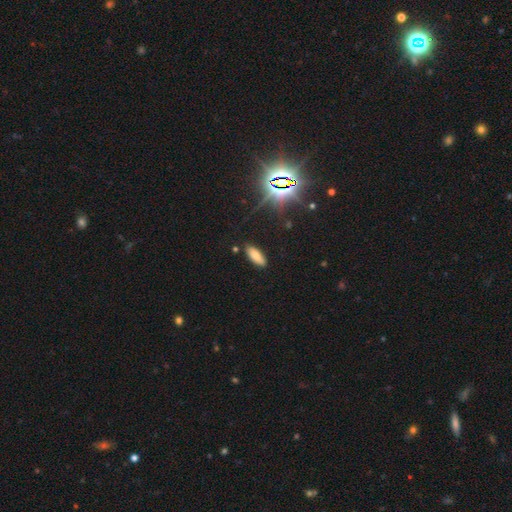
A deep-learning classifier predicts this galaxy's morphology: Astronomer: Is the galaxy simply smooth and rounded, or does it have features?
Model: smooth — 77%.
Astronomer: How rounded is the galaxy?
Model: in between — 72%.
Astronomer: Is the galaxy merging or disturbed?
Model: none — 86%.